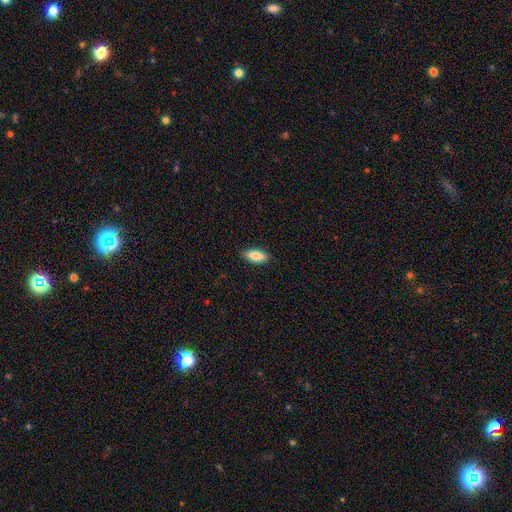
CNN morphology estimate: Smooth or featured? Predicted: smooth (p=0.81). How rounded? Predicted: in between (p=0.76). Merging? Predicted: none (p=0.88).